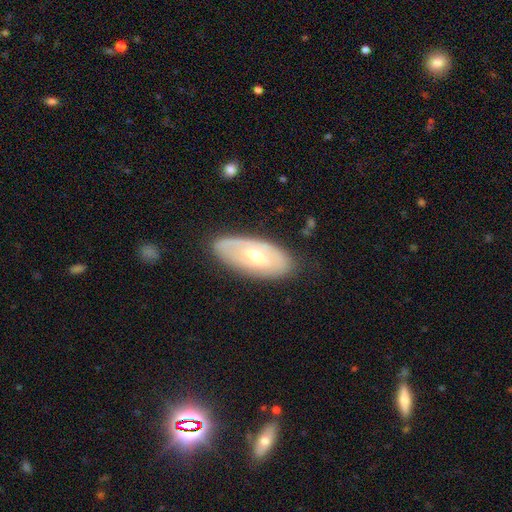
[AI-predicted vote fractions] Smooth or featured?
  - featured or disk: 58% *
  - smooth: 36%
  - star or artifact: 6%
Edge-on disk?
  - no: 85% *
  - yes: 15%
Merging?
  - none: 78% *
  - minor disturbance: 16%
  - major disturbance: 4%
  - merger: 1%